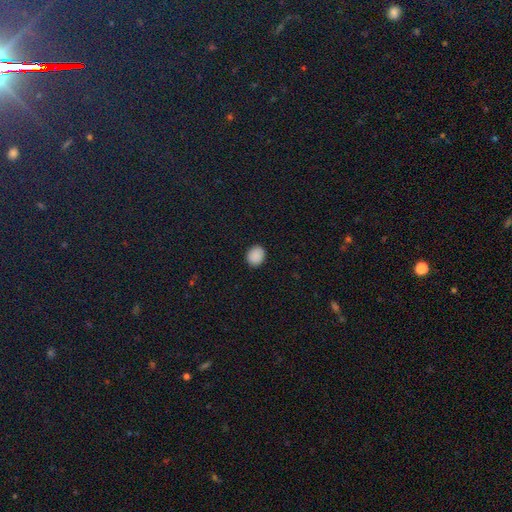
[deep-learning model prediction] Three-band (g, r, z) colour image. It shows a smooth galaxy with no disk features (89%) that is round (64%). Merging: none (90%).